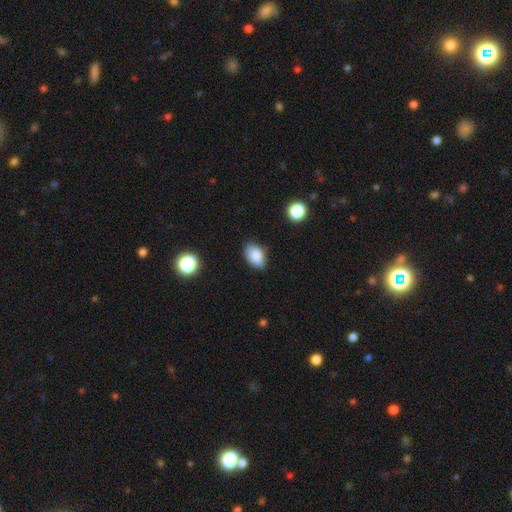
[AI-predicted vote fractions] Morphology: type=smooth (85%); roundness=in between (88%); merging=none (80%).